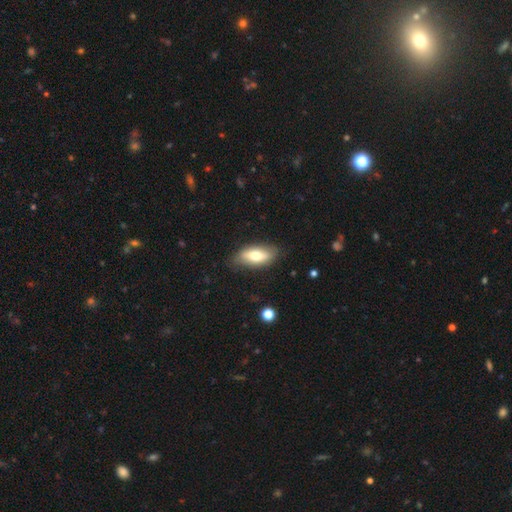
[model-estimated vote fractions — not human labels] Smooth or featured? Predicted: smooth (p=0.68). How rounded? Predicted: in between (p=0.84). Merging? Predicted: none (p=0.80).